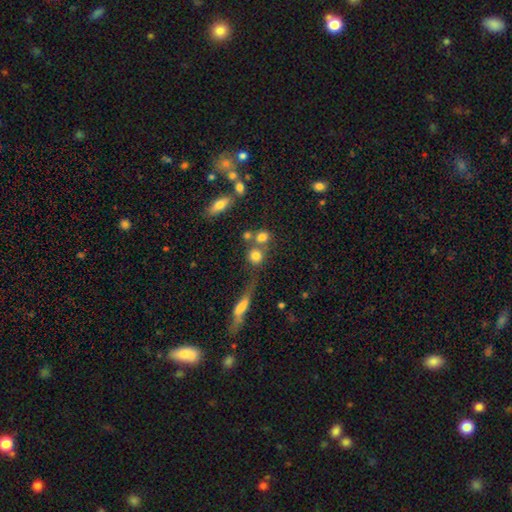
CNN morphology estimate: type=smooth (77%); roundness=round (84%); merging=none (50%).